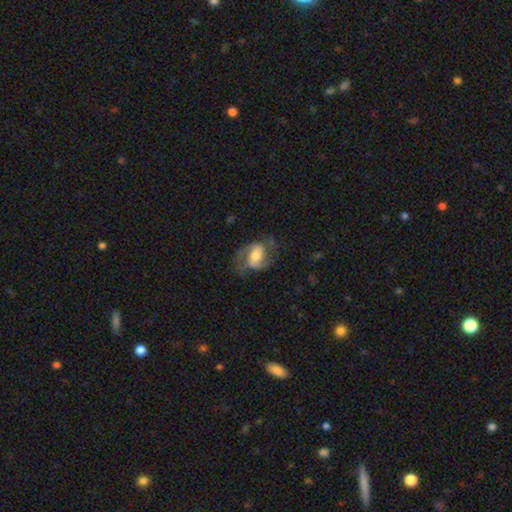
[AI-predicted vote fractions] Smooth or featured? Predicted: featured or disk (p=0.69). Edge-on disk? Predicted: no (p=0.96). Bar? Predicted: weak (p=0.42). Spiral arms? Predicted: yes (p=0.89). Spiral winding? Predicted: medium (p=0.49). Spiral arm count? Predicted: 2 (p=0.81). Bulge size? Predicted: moderate (p=0.56). Merging? Predicted: none (p=0.57).